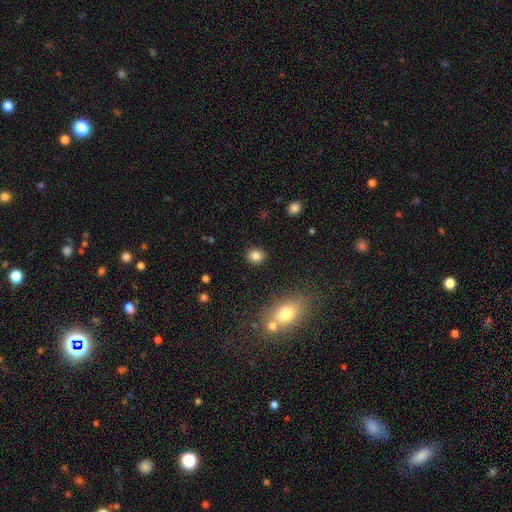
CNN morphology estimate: This appears to be a smooth galaxy with no disk features (84%) that is round (81%). Merging: none (90%).